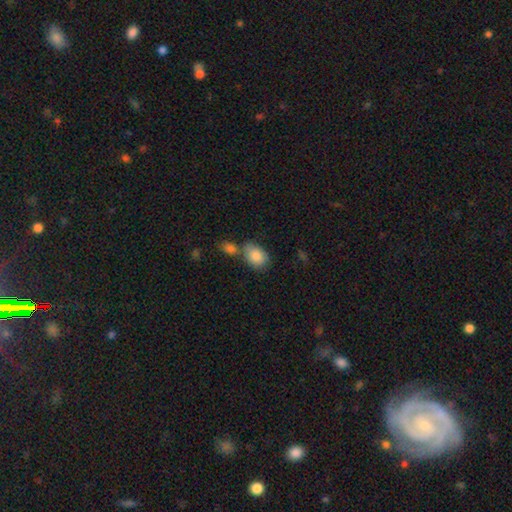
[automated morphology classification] Overall: smooth (85%). How rounded: in between (79%). Merging: none (51%; merger 29%).